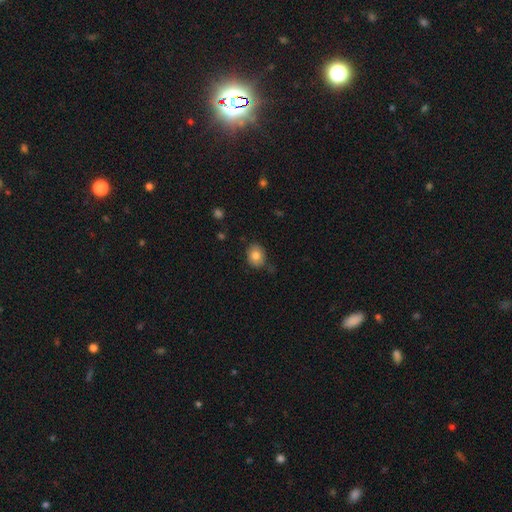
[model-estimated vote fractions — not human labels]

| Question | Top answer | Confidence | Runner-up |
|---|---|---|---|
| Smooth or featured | smooth | 81% | featured or disk (10%) |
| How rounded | round | 56% | in between (43%) |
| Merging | none | 79% | minor disturbance (16%) |